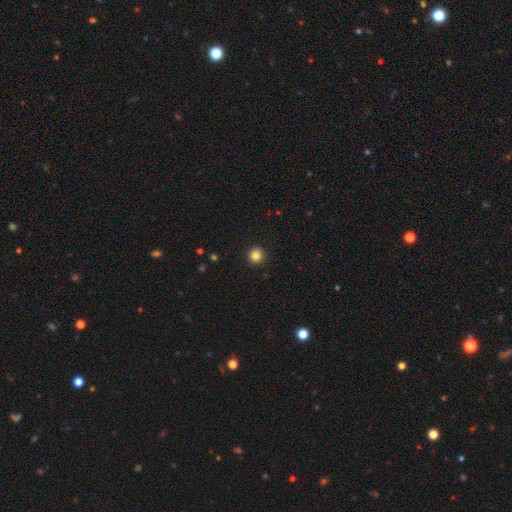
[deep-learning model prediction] Smooth or featured? smooth (84%)
How rounded? round (95%)
Merging? none (93%)